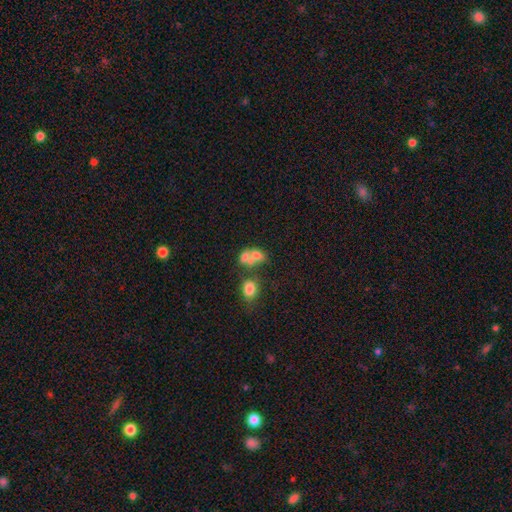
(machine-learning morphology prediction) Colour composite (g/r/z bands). It shows a smooth galaxy with no disk features (58%) that is in between round and cigar-shaped (56%). Merging: merger (62%).